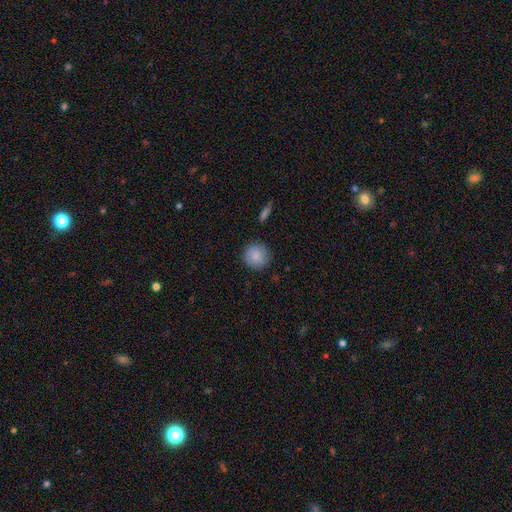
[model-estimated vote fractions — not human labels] Smooth or featured? Predicted: smooth (p=0.86). How rounded? Predicted: round (p=0.93). Merging? Predicted: none (p=0.88).